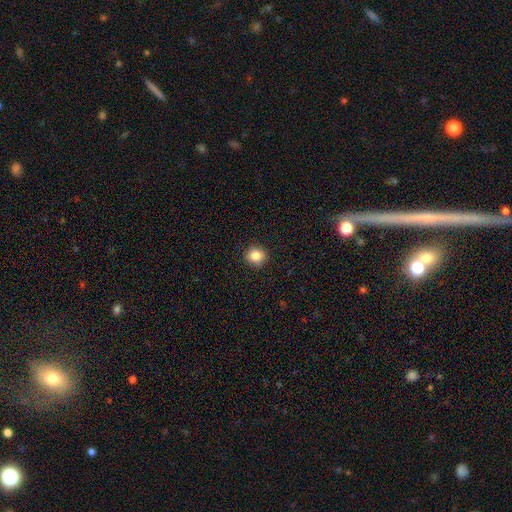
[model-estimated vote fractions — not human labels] The model was most divided on "smooth or featured": smooth: 84%, star or artifact: 10%, featured or disk: 5%. More confident: merging — none (91%); how rounded — round (87%).